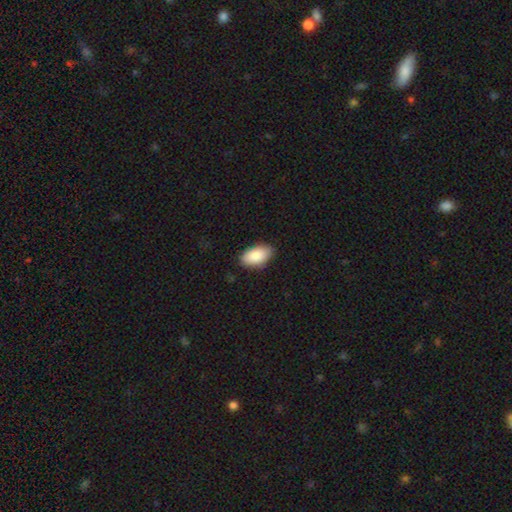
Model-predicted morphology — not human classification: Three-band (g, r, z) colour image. It shows a smooth galaxy with no disk features (88%) that is in between round and cigar-shaped (95%). Merging: none (84%).